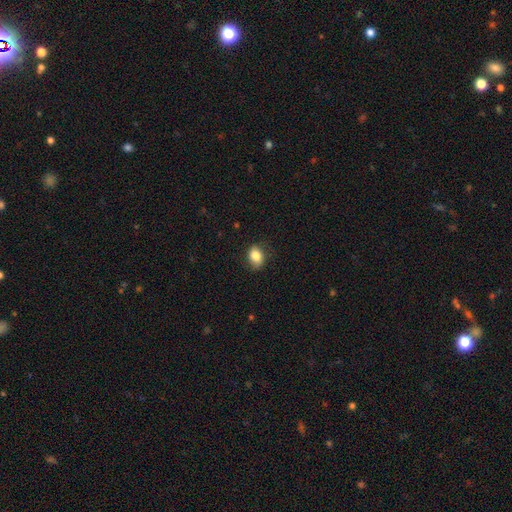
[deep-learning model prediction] Smooth or featured? smooth (82%)
How rounded? in between (68%)
Merging? none (77%)